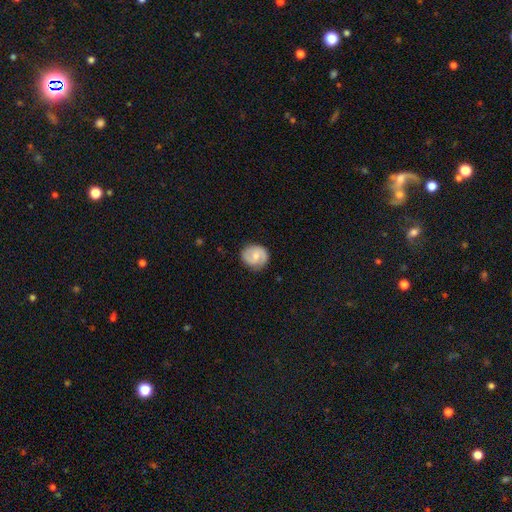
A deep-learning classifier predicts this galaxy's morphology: The model was most divided on "smooth or featured": featured or disk: 47%, smooth: 46%, star or artifact: 6%. More confident: merging — none (80%).